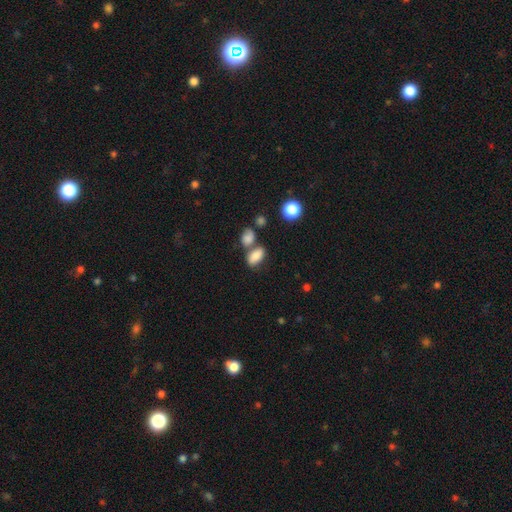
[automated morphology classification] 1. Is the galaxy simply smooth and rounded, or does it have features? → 82% smooth, 9% star or artifact, 9% featured or disk.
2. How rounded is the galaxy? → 87% in between, 9% round, 4% cigar-shaped.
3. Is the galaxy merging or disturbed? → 48% none, 32% merger, 14% minor disturbance, 5% major disturbance.